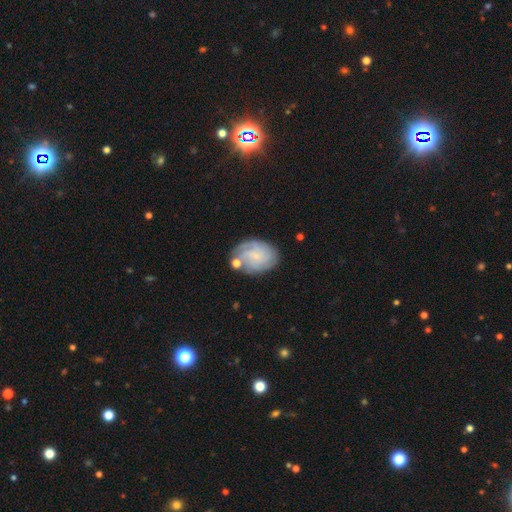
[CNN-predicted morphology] A featured or disk galaxy (68%) with no bar (71%), tight (65%) spiral arms (92%) and a small central bulge (76%). Merging: none (68%).